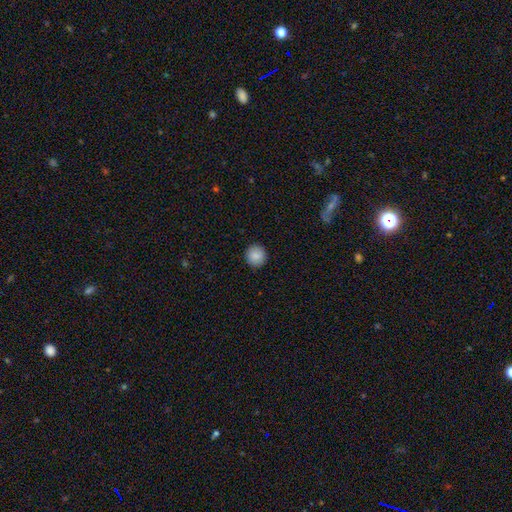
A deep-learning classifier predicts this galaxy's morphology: A smooth galaxy with no disk features (88%) that is round (93%). Merging: none (93%).